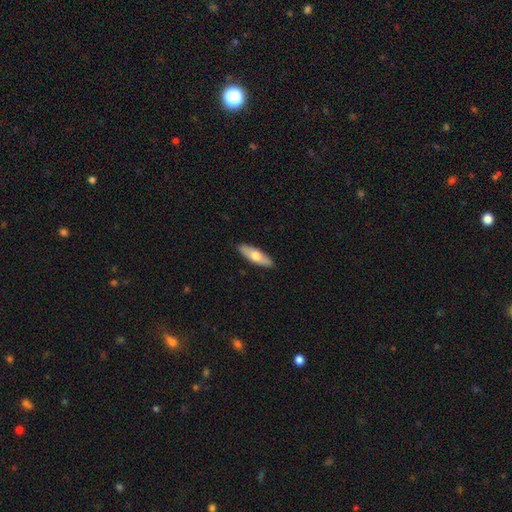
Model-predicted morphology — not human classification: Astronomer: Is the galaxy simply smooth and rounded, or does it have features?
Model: smooth — 64%.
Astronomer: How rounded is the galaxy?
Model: cigar-shaped — 52% (runner-up: in between, 46%).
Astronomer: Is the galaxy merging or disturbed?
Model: none — 90%.